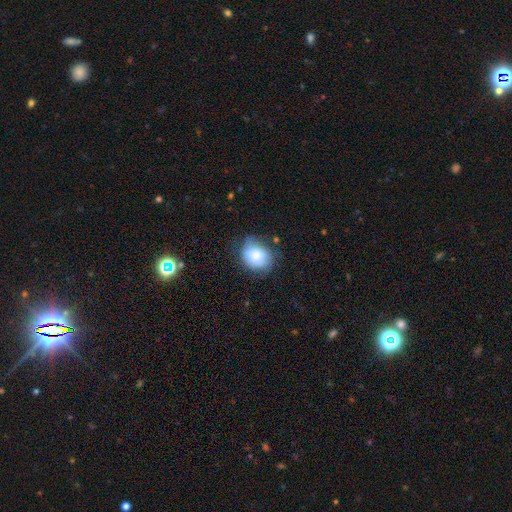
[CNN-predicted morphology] smooth-or-featured: smooth: 76% | featured or disk: 16% | star or artifact: 8%
  how-rounded: round: 57% | in between: 42% | cigar-shaped: 1%
  merging: none: 62% | minor disturbance: 29% | major disturbance: 8% | merger: 2%